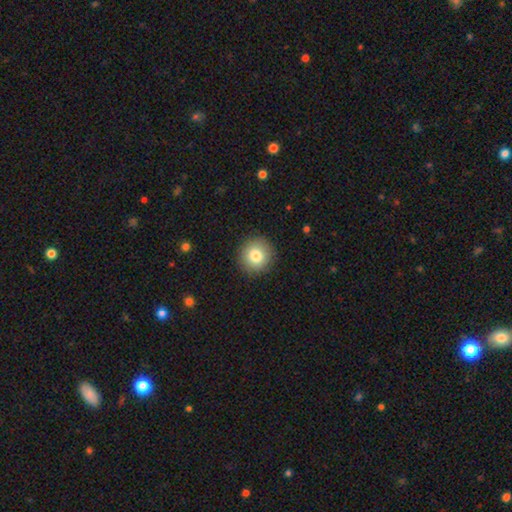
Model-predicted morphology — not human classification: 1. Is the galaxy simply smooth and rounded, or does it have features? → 82% smooth, 9% star or artifact, 9% featured or disk.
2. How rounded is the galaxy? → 92% round, 7% in between, 1% cigar-shaped.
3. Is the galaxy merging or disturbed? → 91% none, 6% minor disturbance, 2% major disturbance, 1% merger.